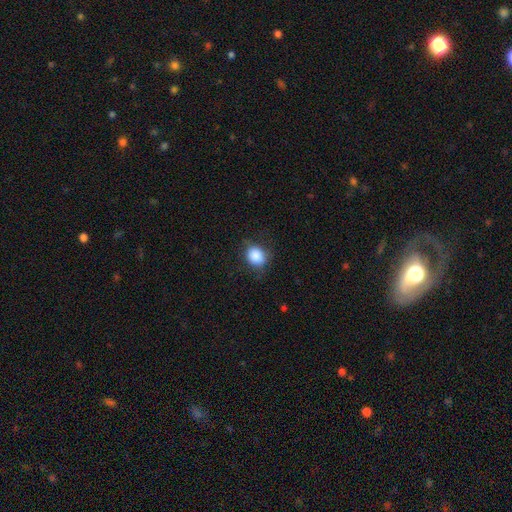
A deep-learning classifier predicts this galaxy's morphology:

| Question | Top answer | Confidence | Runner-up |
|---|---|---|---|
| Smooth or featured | smooth | 87% | star or artifact (9%) |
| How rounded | round | 63% | in between (36%) |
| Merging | none | 77% | minor disturbance (17%) |